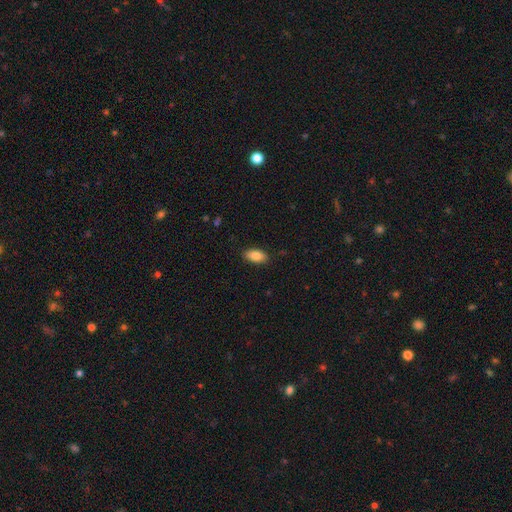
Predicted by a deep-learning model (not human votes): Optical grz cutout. It shows a smooth galaxy with no disk features (86%) that is in between round and cigar-shaped (92%). Merging: none (87%).